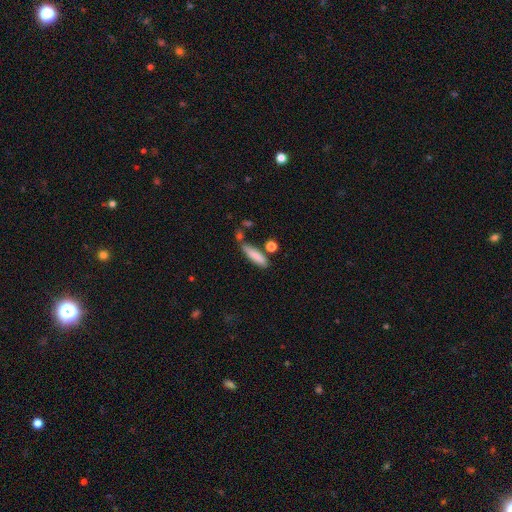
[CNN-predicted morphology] Smooth or featured? Predicted: smooth (p=0.83). How rounded? Predicted: cigar-shaped (p=0.64). Merging? Predicted: none (p=0.65).